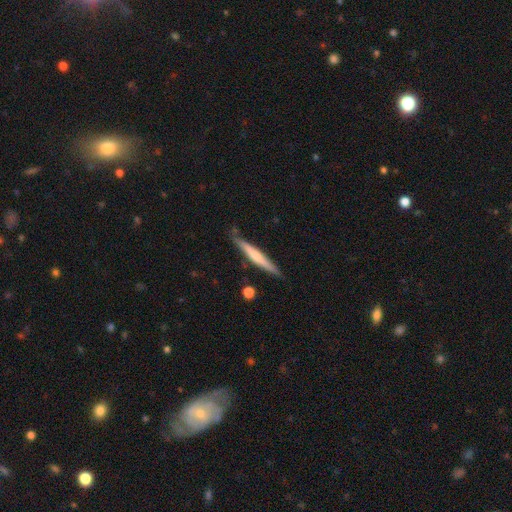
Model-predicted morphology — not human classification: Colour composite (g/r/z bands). It shows a featured or disk galaxy (48%). Merging: none (84%).